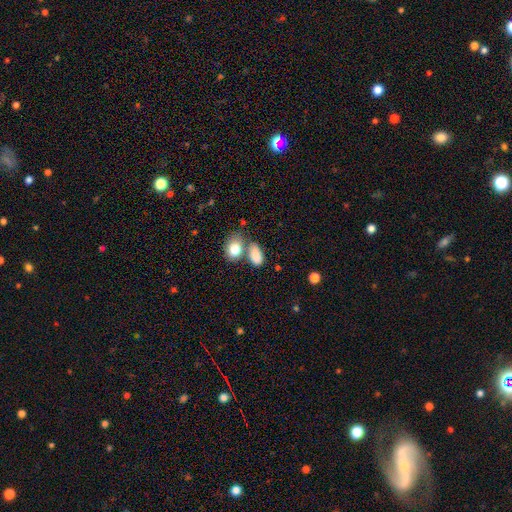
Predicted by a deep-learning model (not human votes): A smooth galaxy with no disk features (85%) that is in between round and cigar-shaped (89%). Merging: none (42%).